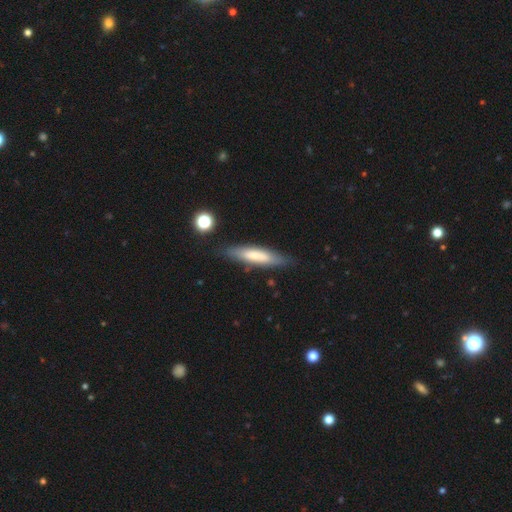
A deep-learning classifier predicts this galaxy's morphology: Smooth or featured?
  - smooth: 68% *
  - featured or disk: 25%
  - star or artifact: 6%
How rounded?
  - cigar-shaped: 75% *
  - in between: 23%
  - round: 1%
Merging?
  - none: 81% *
  - minor disturbance: 13%
  - major disturbance: 3%
  - merger: 3%